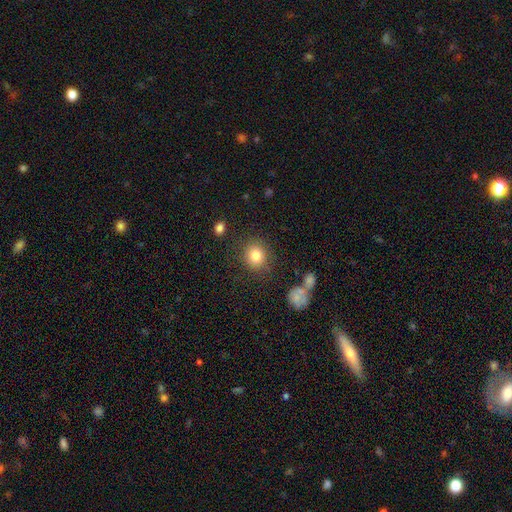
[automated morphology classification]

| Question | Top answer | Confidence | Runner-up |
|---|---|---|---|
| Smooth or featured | smooth | 82% | star or artifact (10%) |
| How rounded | round | 81% | in between (18%) |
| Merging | none | 83% | minor disturbance (10%) |